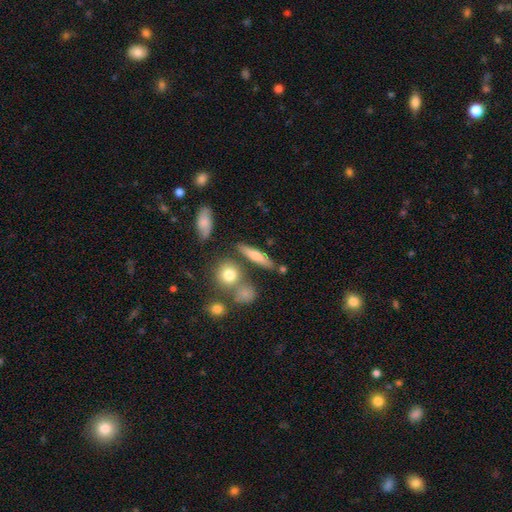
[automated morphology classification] Smooth or featured? Predicted: smooth (p=0.64). How rounded? Predicted: cigar-shaped (p=0.65). Merging? Predicted: none (p=0.75).